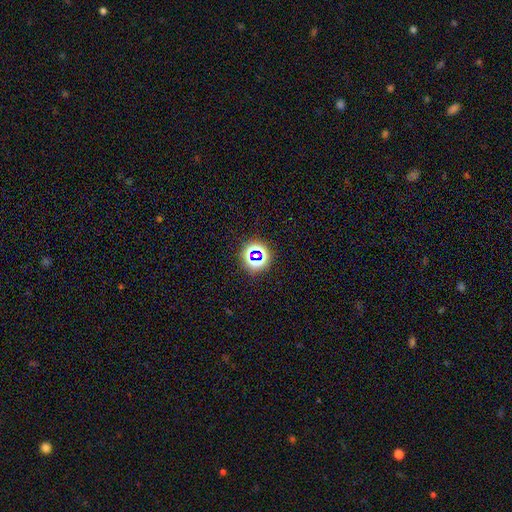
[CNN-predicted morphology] The model was most divided on "smooth or featured": star or artifact: 68%, smooth: 21%, featured or disk: 10%.